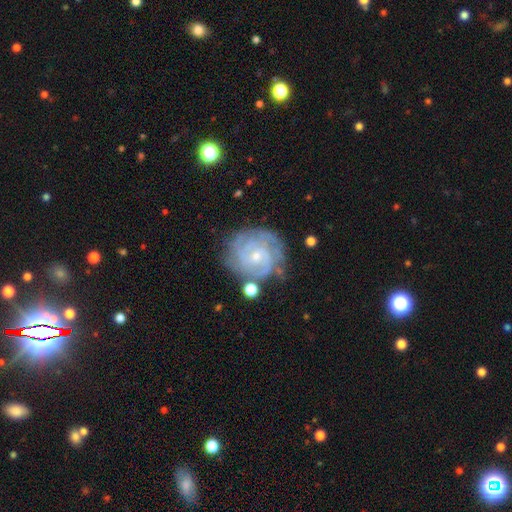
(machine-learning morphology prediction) A featured or disk galaxy (86%) with no bar (67%), 3 (26%) tight (73%) spiral arms (97%) and a small central bulge (77%).

Vote fractions:
- Smooth or featured? featured or disk: 86% / smooth: 8% / star or artifact: 6%
- Edge-on disk? no: 98% / yes: 2%
- Bar? no: 67% / weak: 28% / strong: 5%
- Spiral arms? yes: 97% / no: 3%
- Spiral winding? tight: 73% / medium: 23% / loose: 4%
- Spiral arm count? 3: 26% / can't tell: 25% / 4: 19% / 2: 18% / more than 4: 7% / 1: 6%
- Bulge size? small: 77% / moderate: 20% / none: 2% / large: 1% / dominant: 1%
- Merging? none: 73% / minor disturbance: 17% / major disturbance: 6% / merger: 4%